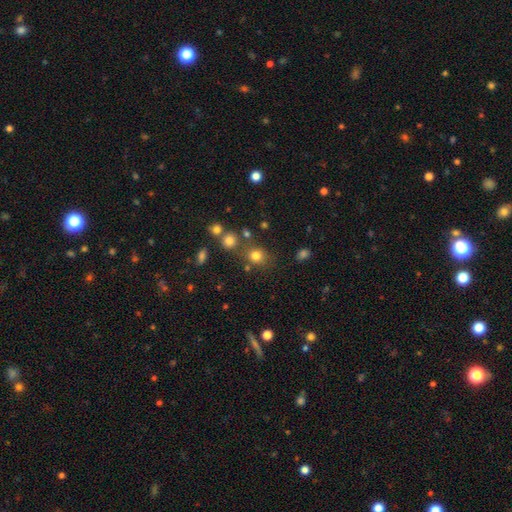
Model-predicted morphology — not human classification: Overall: smooth (76%). How rounded: round (76%). Merging: none (72%).